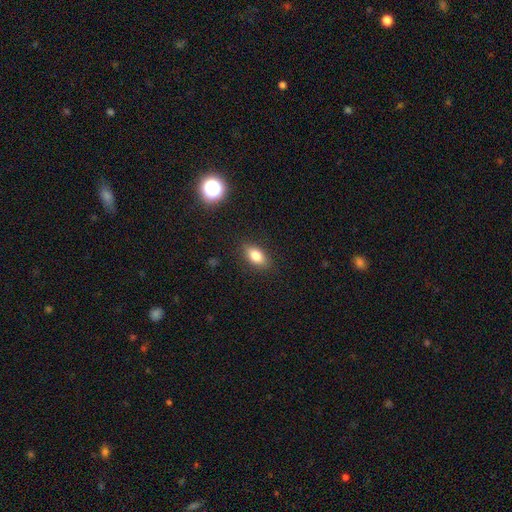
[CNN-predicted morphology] Q: Smooth or featured?
A: smooth (79%); runner-up: featured or disk (12%)
Q: How rounded?
A: in between (86%); runner-up: cigar-shaped (8%)
Q: Merging?
A: none (87%); runner-up: minor disturbance (10%)